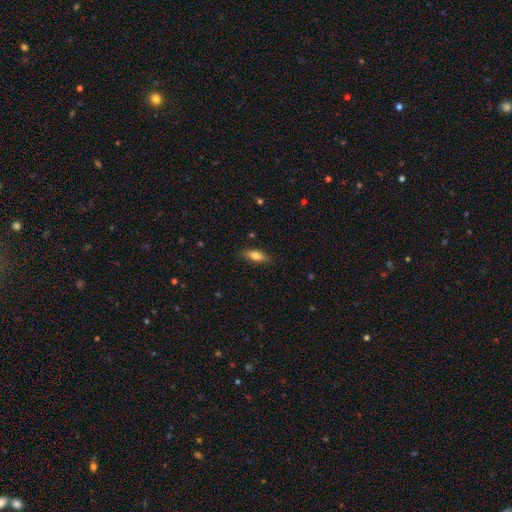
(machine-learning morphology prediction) Smooth or featured?
  - smooth: 76% *
  - featured or disk: 17%
  - star or artifact: 7%
How rounded?
  - in between: 69% *
  - cigar-shaped: 28%
  - round: 3%
Merging?
  - none: 84% *
  - minor disturbance: 12%
  - major disturbance: 3%
  - merger: 1%